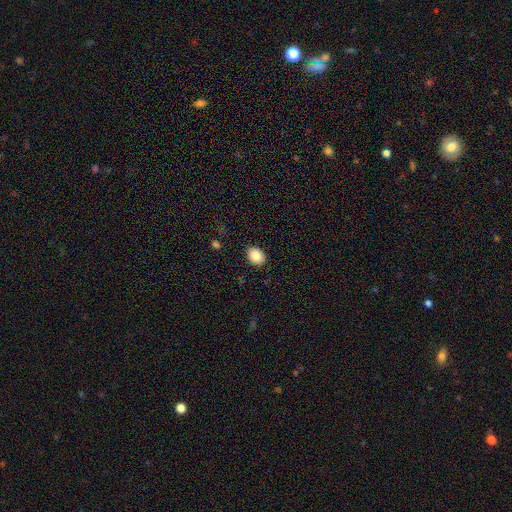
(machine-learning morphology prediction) Smooth or featured? Predicted: smooth (p=0.87). How rounded? Predicted: in between (p=0.59). Merging? Predicted: none (p=0.89).